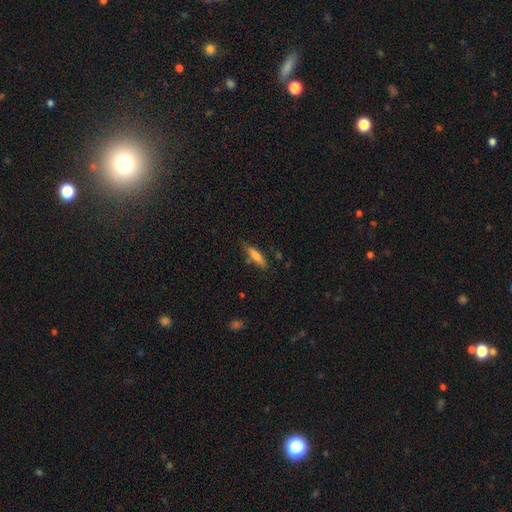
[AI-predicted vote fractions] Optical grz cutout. It shows a smooth galaxy with no disk features (69%) that is cigar-shaped (76%). Merging: none (75%).